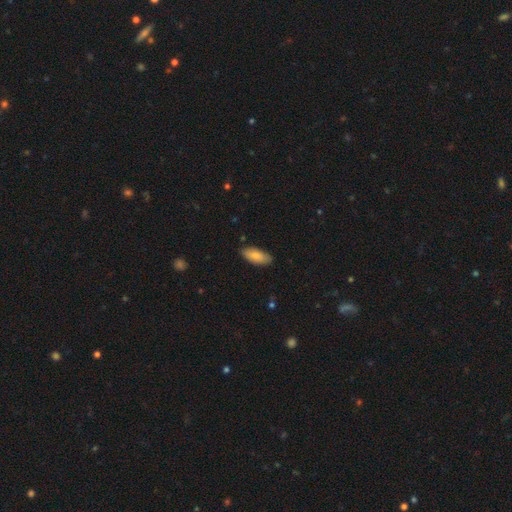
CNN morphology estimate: smooth_or_featured: smooth (p=0.81) [alt: featured or disk p=0.13]
how_rounded: in between (p=0.84) [alt: cigar-shaped p=0.14]
merging: none (p=0.84) [alt: minor disturbance p=0.13]